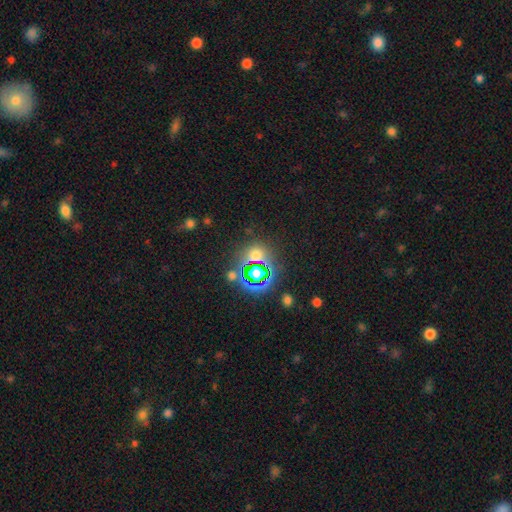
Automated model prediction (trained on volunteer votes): Morphology: type=star or artifact (53%).